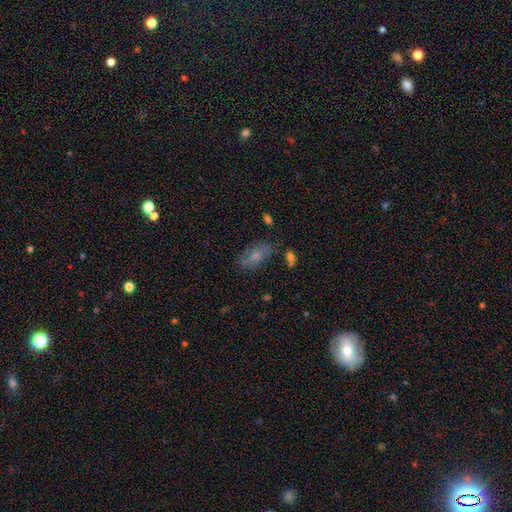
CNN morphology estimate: Q: Smooth or featured?
A: smooth (65%); runner-up: featured or disk (24%)
Q: How rounded?
A: in between (87%); runner-up: cigar-shaped (8%)
Q: Merging?
A: none (68%); runner-up: minor disturbance (20%)